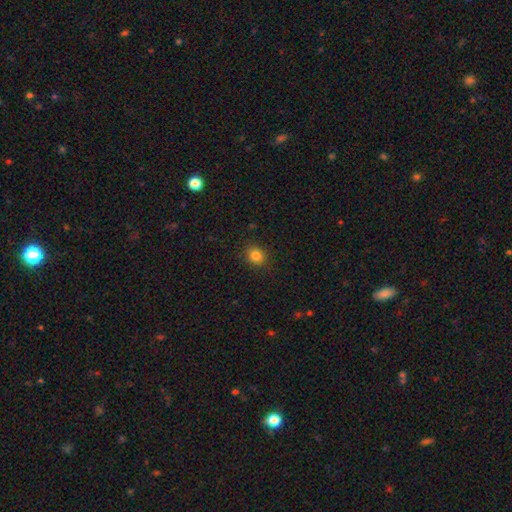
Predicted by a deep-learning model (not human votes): smooth-or-featured: smooth: 82% | star or artifact: 13% | featured or disk: 5%
  how-rounded: round: 72% | in between: 27% | cigar-shaped: 1%
  merging: none: 88% | minor disturbance: 9% | major disturbance: 2% | merger: 1%